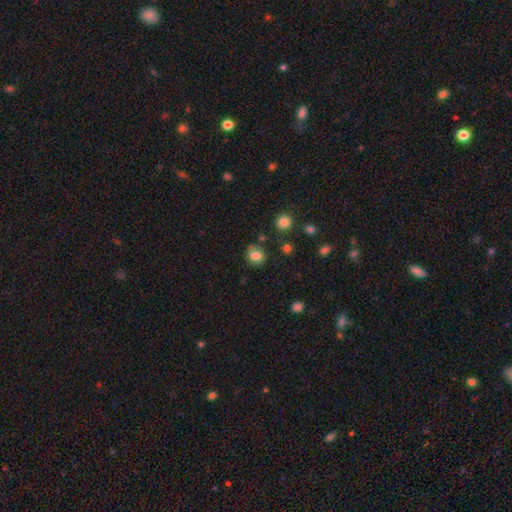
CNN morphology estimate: smooth 79%, star or artifact 11%, featured or disk 10%. Down the decision tree: how rounded — round (62%); merging — none (74%).